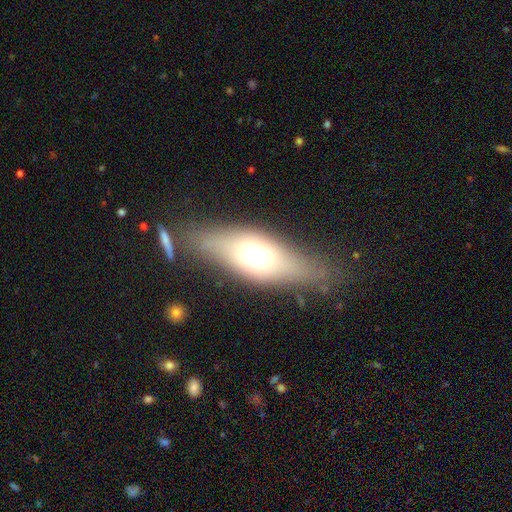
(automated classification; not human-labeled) A smooth galaxy with no disk features (53%) that is in between round and cigar-shaped (59%).

Vote fractions:
- Smooth or featured? smooth: 53% / featured or disk: 38% / star or artifact: 9%
- How rounded? in between: 59% / cigar-shaped: 36% / round: 4%
- Merging? none: 75% / minor disturbance: 15% / major disturbance: 6% / merger: 4%